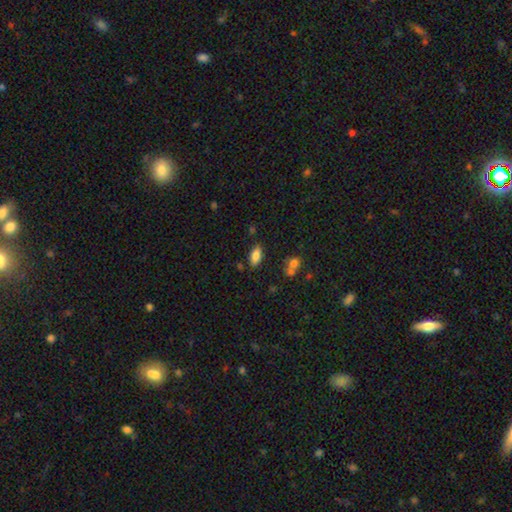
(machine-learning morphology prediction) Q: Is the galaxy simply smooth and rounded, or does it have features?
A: smooth — 82%.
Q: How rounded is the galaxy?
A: in between — 88%.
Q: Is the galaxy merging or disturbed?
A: none — 81%.